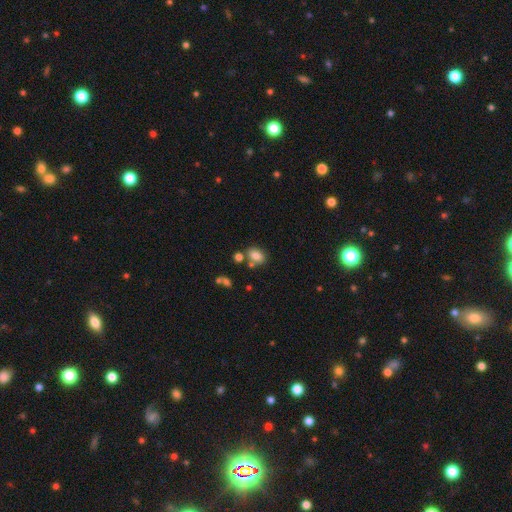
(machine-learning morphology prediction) smooth-or-featured: smooth: 82% | star or artifact: 11% | featured or disk: 8%
  how-rounded: in between: 80% | round: 18% | cigar-shaped: 2%
  merging: none: 65% | merger: 17% | minor disturbance: 14% | major disturbance: 4%